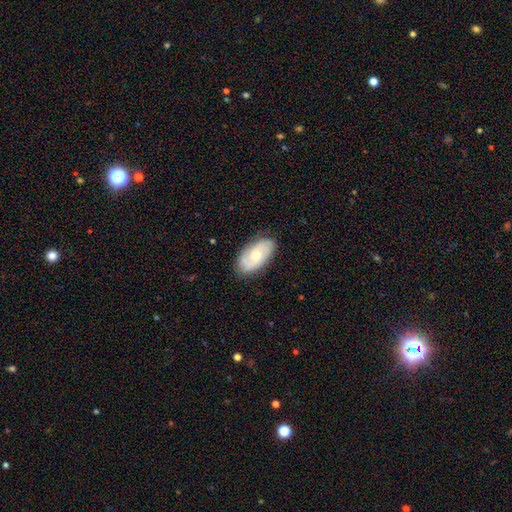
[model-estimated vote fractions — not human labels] The model was most divided on "smooth or featured": featured or disk: 51%, smooth: 43%, star or artifact: 6%. More confident: edge-on disk — no (92%); merging — none (81%).